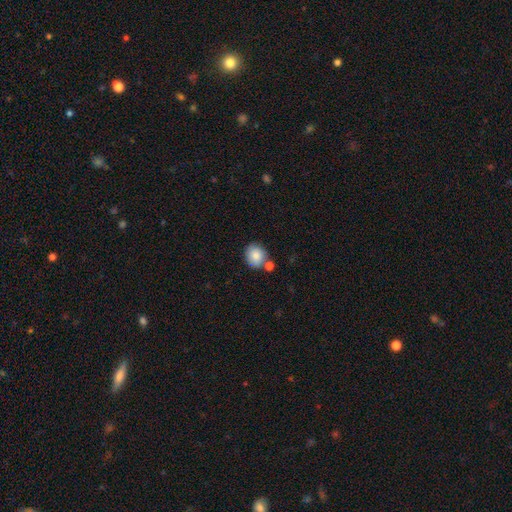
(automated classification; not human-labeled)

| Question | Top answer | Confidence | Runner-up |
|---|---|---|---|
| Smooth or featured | smooth | 84% | featured or disk (9%) |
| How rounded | round | 76% | in between (23%) |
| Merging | none | 65% | merger (17%) |